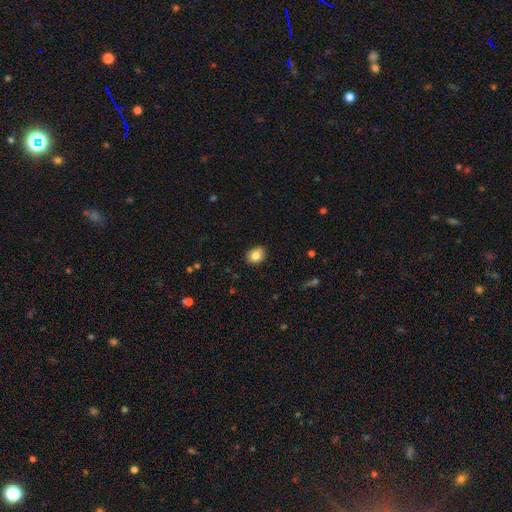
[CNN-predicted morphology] A smooth galaxy with no disk features (84%) that is in between round and cigar-shaped (57%). Merging: none (88%).